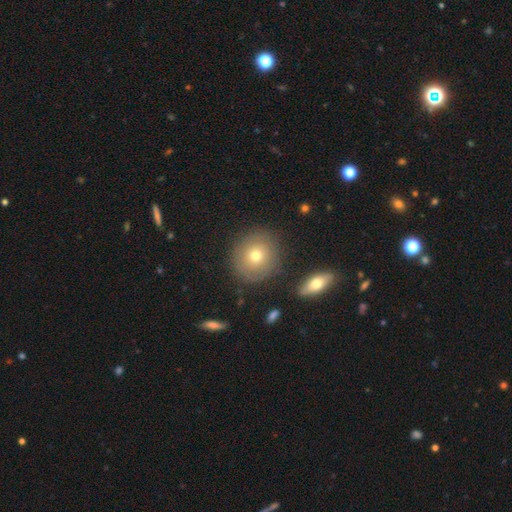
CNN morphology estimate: Smooth or featured? smooth (67%)
How rounded? round (86%)
Merging? none (83%)